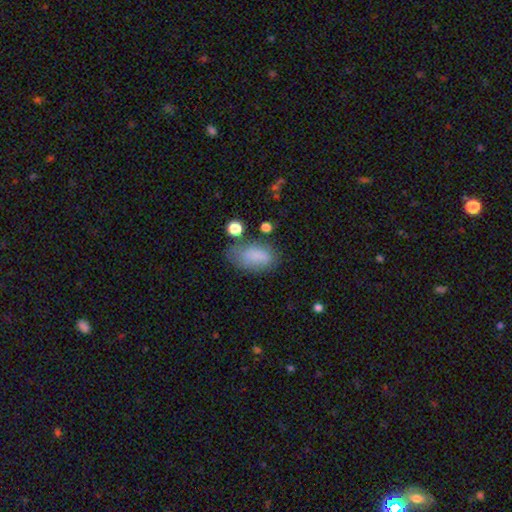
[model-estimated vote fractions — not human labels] This appears to be a smooth galaxy with no disk features (79%) that is in between round and cigar-shaped (90%). Merging: none (50%).